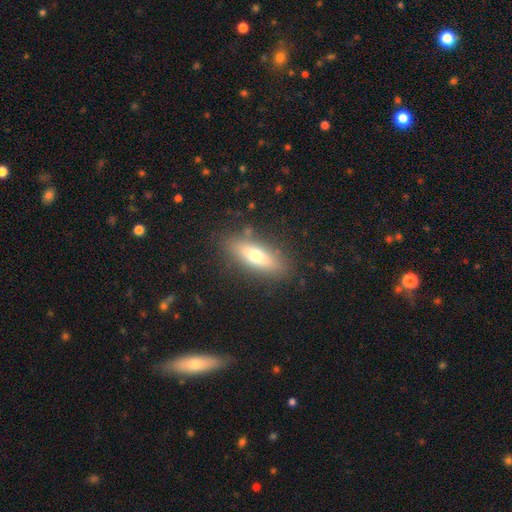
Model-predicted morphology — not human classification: smooth 64%, featured or disk 29%, star or artifact 8%. Down the decision tree: how rounded — in between (54%); merging — none (85%).